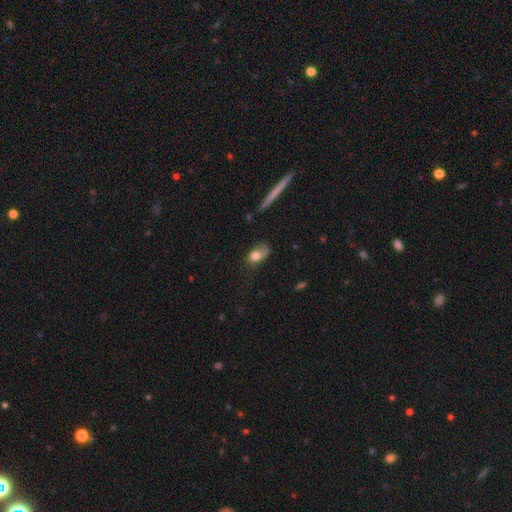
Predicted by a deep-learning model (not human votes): Morphology: type=smooth (67%); roundness=in between (75%); merging=none (37%).